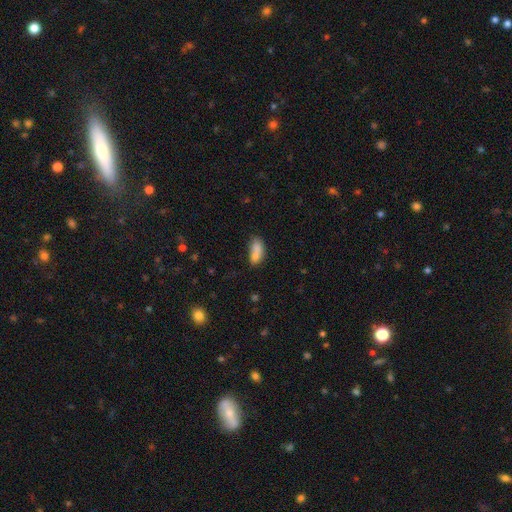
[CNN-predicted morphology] A smooth galaxy with no disk features (79%) that is in between round and cigar-shaped (83%). Merging: none (41%).